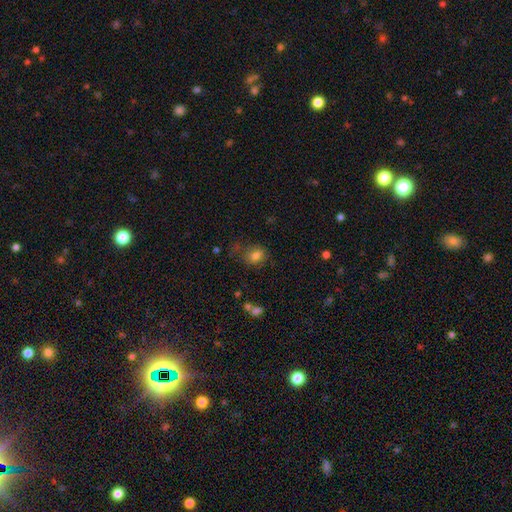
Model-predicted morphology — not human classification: Smooth or featured? Predicted: smooth (p=0.79). How rounded? Predicted: in between (p=0.59). Merging? Predicted: none (p=0.64).